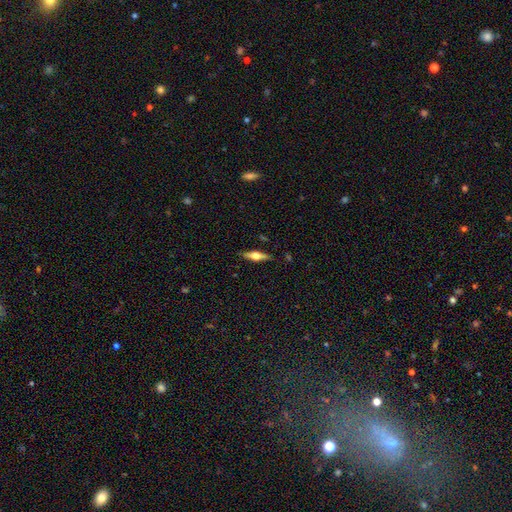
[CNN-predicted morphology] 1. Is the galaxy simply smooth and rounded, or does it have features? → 56% featured or disk, 38% smooth, 6% star or artifact.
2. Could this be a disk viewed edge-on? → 94% yes, 6% no.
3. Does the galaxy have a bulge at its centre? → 93% rounded, 5% boxy, 2% none.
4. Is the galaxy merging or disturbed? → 87% none, 10% minor disturbance, 2% major disturbance, 1% merger.